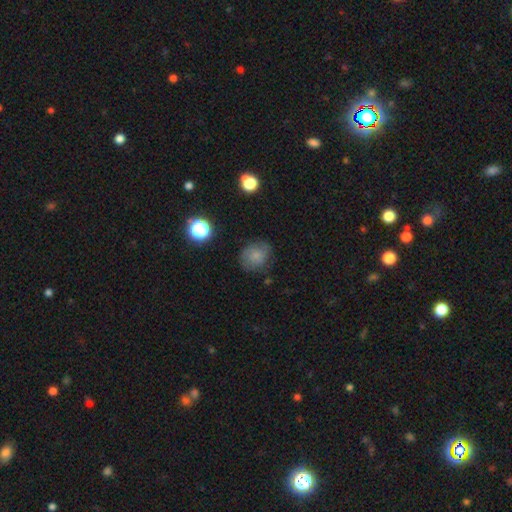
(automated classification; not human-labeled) A smooth galaxy with no disk features (67%) that is round (71%).

Vote fractions:
- Smooth or featured? smooth: 67% / featured or disk: 21% / star or artifact: 12%
- How rounded? round: 71% / in between: 28% / cigar-shaped: 1%
- Merging? none: 69% / minor disturbance: 22% / major disturbance: 8% / merger: 2%